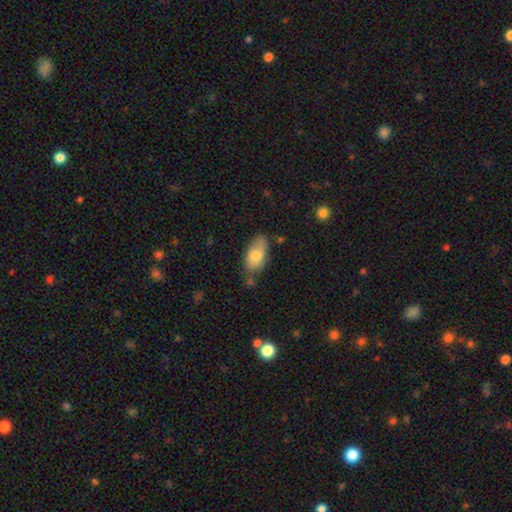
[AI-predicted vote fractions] A smooth galaxy with no disk features (76%) that is in between round and cigar-shaped (93%).

Vote fractions:
- Smooth or featured? smooth: 76% / featured or disk: 17% / star or artifact: 7%
- How rounded? in between: 93% / round: 4% / cigar-shaped: 3%
- Merging? none: 61% / minor disturbance: 27% / major disturbance: 6% / merger: 6%